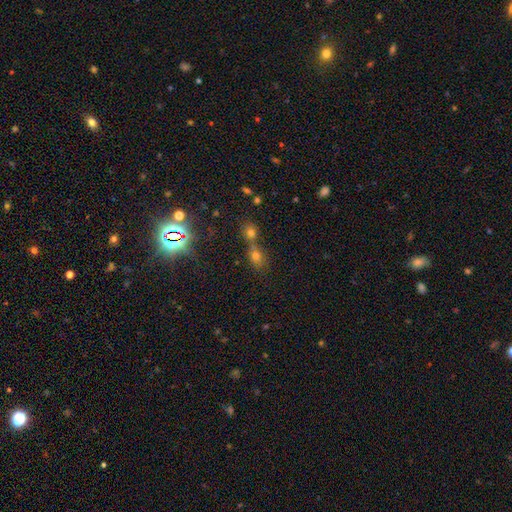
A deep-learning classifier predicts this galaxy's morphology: Smooth or featured?
  - smooth: 46% *
  - star or artifact: 42%
  - featured or disk: 12%
Merging?
  - merger: 46% *
  - none: 43%
  - minor disturbance: 7%
  - major disturbance: 4%